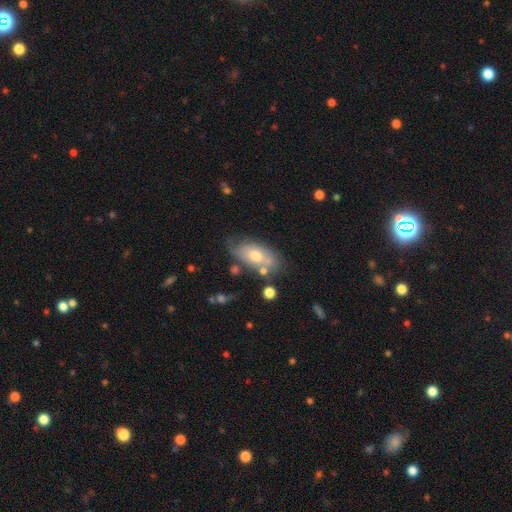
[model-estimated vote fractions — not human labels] A smooth galaxy with no disk features (51%) that is in between round and cigar-shaped (88%). Merging: none (57%).